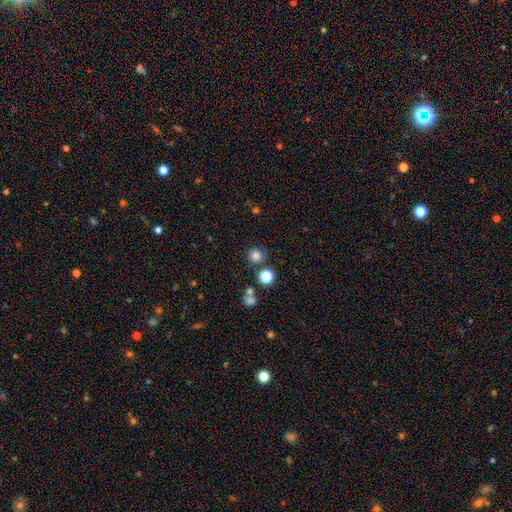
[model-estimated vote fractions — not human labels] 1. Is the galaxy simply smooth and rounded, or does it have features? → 80% smooth, 15% star or artifact, 5% featured or disk.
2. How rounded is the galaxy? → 93% round, 6% in between, 1% cigar-shaped.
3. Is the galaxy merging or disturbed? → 79% none, 9% minor disturbance, 8% merger, 4% major disturbance.